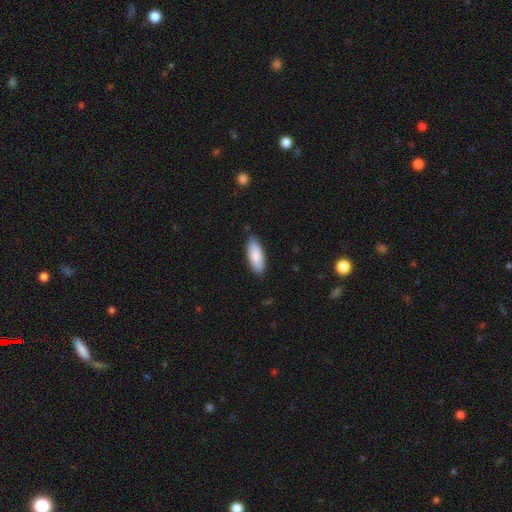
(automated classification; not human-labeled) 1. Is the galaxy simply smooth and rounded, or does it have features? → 86% smooth, 9% featured or disk, 5% star or artifact.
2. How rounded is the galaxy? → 75% in between, 24% cigar-shaped, 2% round.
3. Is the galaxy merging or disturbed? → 83% none, 13% minor disturbance, 2% major disturbance, 1% merger.